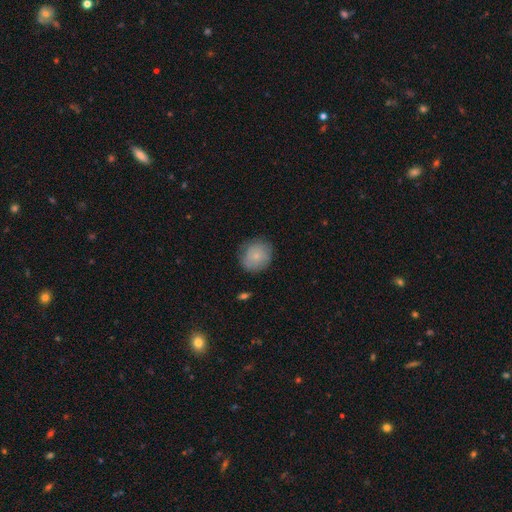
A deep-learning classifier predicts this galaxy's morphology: type=smooth (78%); roundness=round (82%); merging=none (77%).